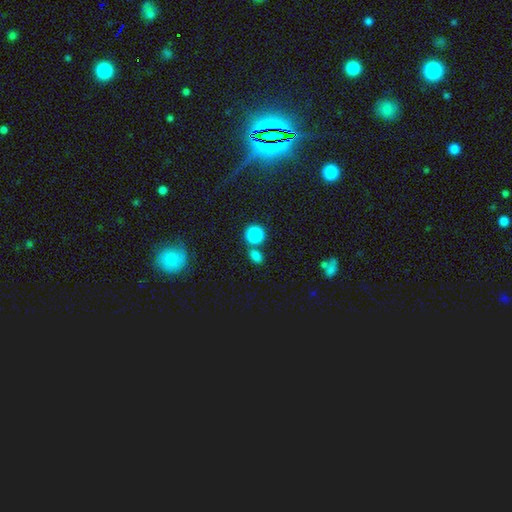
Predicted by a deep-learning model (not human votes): Smooth or featured? Predicted: smooth (p=0.75). How rounded? Predicted: in between (p=0.60). Merging? Predicted: none (p=0.63).